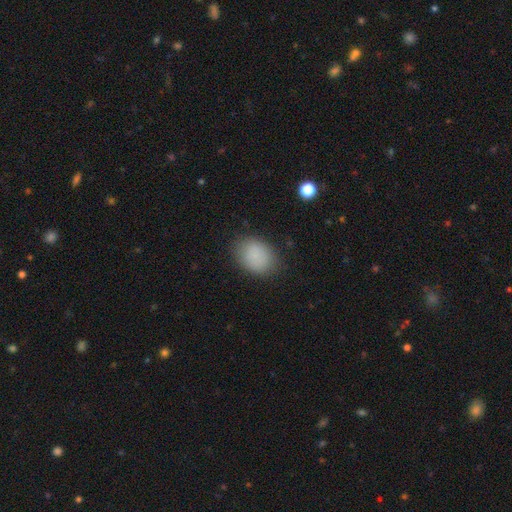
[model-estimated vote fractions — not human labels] Q: Smooth or featured?
A: smooth (87%); runner-up: star or artifact (9%)
Q: How rounded?
A: in between (67%); runner-up: round (32%)
Q: Merging?
A: none (83%); runner-up: minor disturbance (13%)